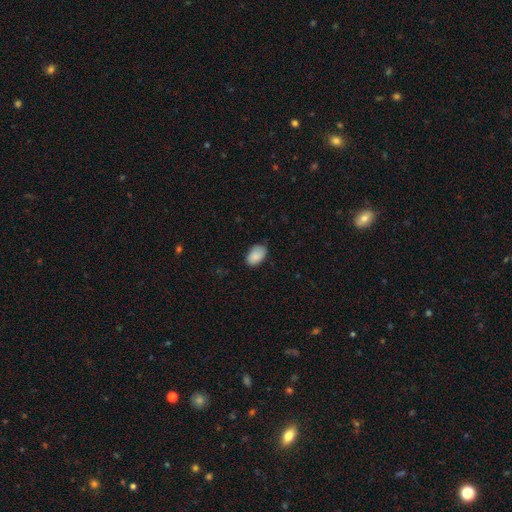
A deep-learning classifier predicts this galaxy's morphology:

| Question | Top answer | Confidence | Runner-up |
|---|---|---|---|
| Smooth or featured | smooth | 89% | star or artifact (7%) |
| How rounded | in between | 92% | round (7%) |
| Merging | none | 80% | minor disturbance (17%) |